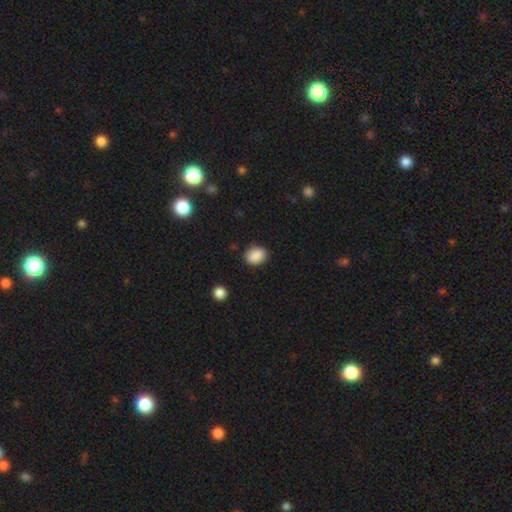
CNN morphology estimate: A smooth galaxy with no disk features (88%) that is in between round and cigar-shaped (57%).

Vote fractions:
- Smooth or featured? smooth: 88% / star or artifact: 8% / featured or disk: 3%
- How rounded? in between: 57% / round: 42% / cigar-shaped: 1%
- Merging? none: 86% / minor disturbance: 10% / major disturbance: 3% / merger: 1%